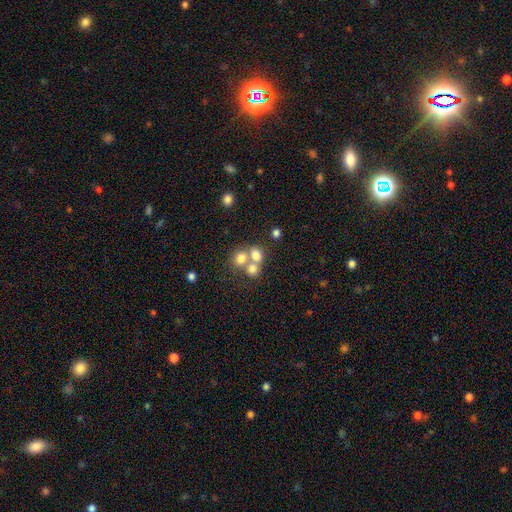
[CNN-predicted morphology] Smooth or featured?
  - smooth: 69% *
  - featured or disk: 17%
  - star or artifact: 14%
How rounded?
  - round: 65% *
  - in between: 34%
  - cigar-shaped: 1%
Merging?
  - merger: 55% *
  - none: 34%
  - minor disturbance: 7%
  - major disturbance: 4%